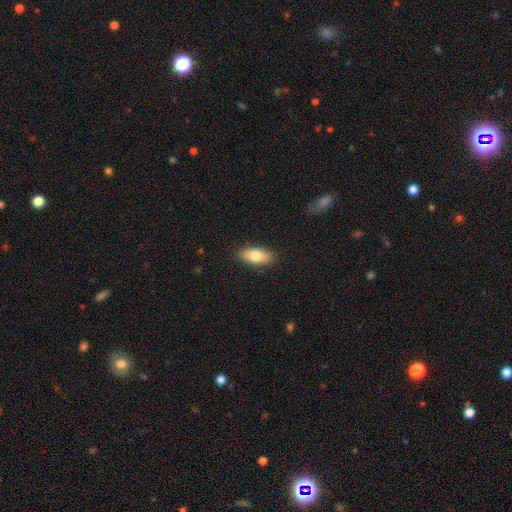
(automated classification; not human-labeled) Smooth or featured: smooth — 78% (featured or disk — 16%)
How rounded: in between — 86% (cigar-shaped — 10%)
Merging: none — 88% (minor disturbance — 9%)